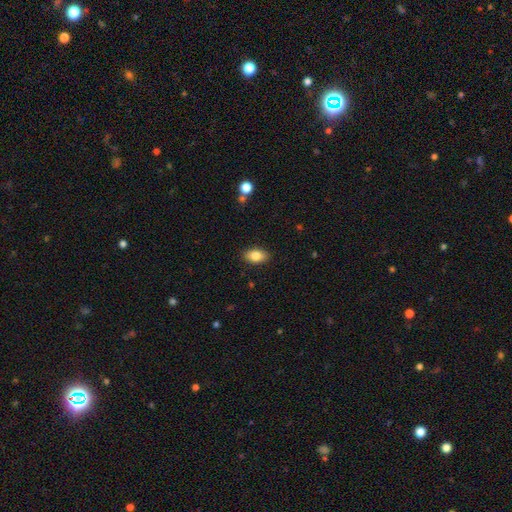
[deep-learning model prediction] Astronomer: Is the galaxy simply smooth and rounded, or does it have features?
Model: smooth — 83%.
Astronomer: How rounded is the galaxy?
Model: in between — 90%.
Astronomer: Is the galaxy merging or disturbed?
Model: none — 88%.